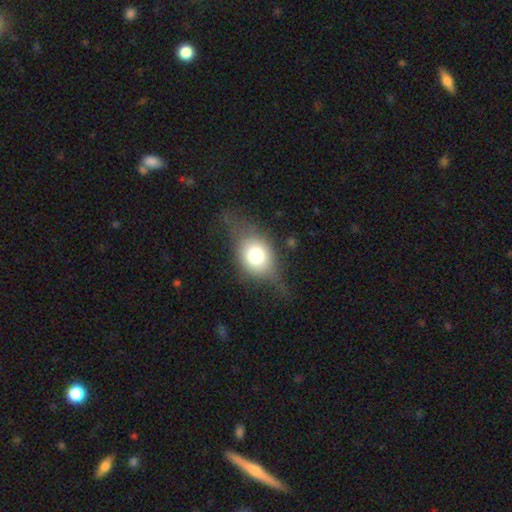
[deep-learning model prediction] This is possibly a smooth galaxy (53%). How rounded: possibly in between (51%). Merging: possibly none (58%).